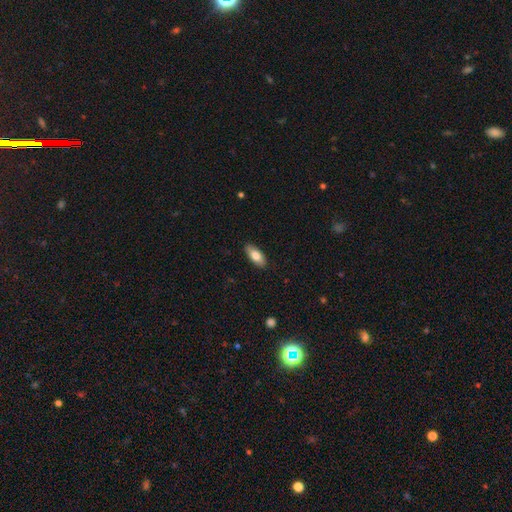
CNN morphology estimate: Q: Smooth or featured?
A: smooth (79%); runner-up: featured or disk (14%)
Q: How rounded?
A: in between (84%); runner-up: cigar-shaped (14%)
Q: Merging?
A: none (88%); runner-up: minor disturbance (9%)